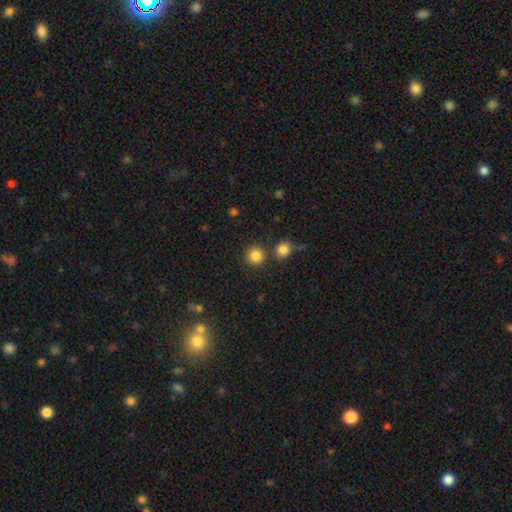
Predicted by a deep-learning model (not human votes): smooth-or-featured: smooth: 85% | star or artifact: 11% | featured or disk: 4%
  how-rounded: round: 92% | in between: 7% | cigar-shaped: 1%
  merging: none: 80% | merger: 10% | minor disturbance: 7% | major disturbance: 3%